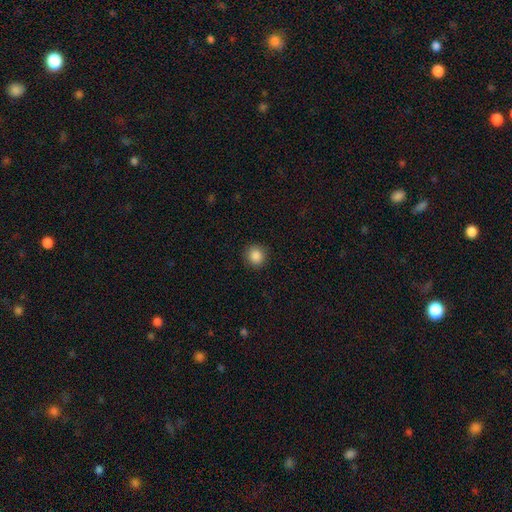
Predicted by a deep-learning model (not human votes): Smooth or featured?
  - smooth: 87% *
  - star or artifact: 10%
  - featured or disk: 3%
How rounded?
  - round: 90% *
  - in between: 9%
  - cigar-shaped: 1%
Merging?
  - none: 90% *
  - minor disturbance: 7%
  - major disturbance: 2%
  - merger: 1%